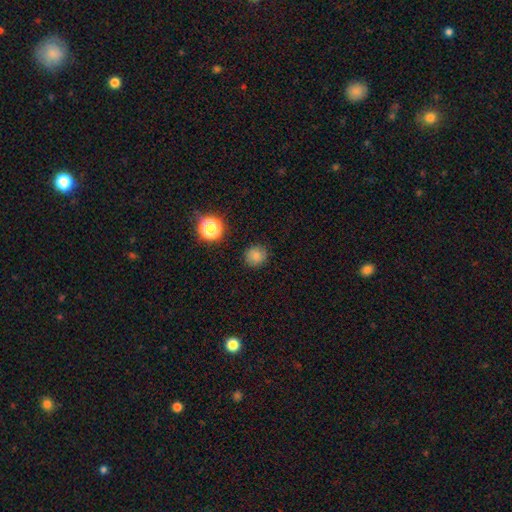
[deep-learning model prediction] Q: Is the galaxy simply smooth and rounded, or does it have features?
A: smooth — 79%.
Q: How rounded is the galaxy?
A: round — 89%.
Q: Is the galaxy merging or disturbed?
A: none — 87%.